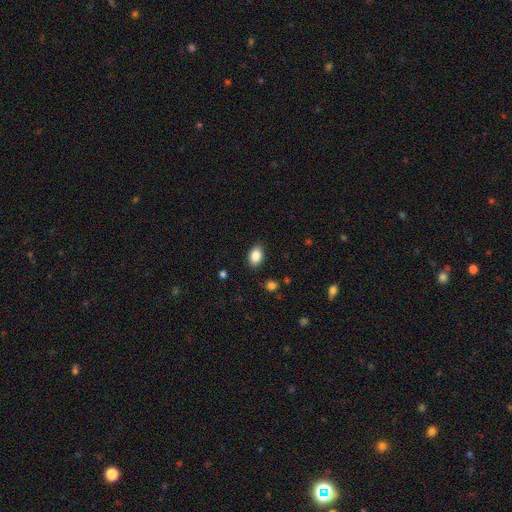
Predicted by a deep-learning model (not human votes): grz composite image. It shows a smooth galaxy with no disk features (87%) that is in between round and cigar-shaped (87%). Merging: none (87%).